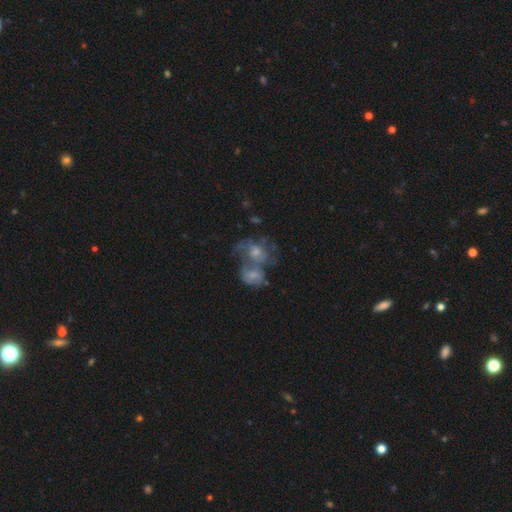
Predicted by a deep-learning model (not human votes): Overall: featured or disk (57%; smooth 27%). Edge-on disk: no (96%). Bar: no (72%). Spiral arms: yes (64%; no 36%). Bulge size: moderate (49%; small 35%). Merging: merger (61%; none 23%).